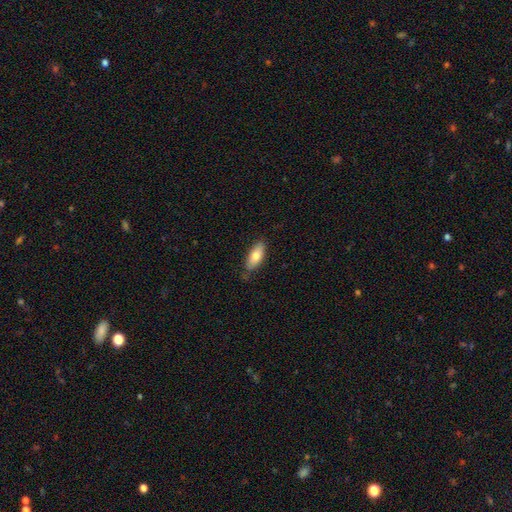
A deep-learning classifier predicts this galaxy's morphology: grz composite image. It shows a smooth galaxy with no disk features (77%) that is in between round and cigar-shaped (78%). Merging: none (76%).